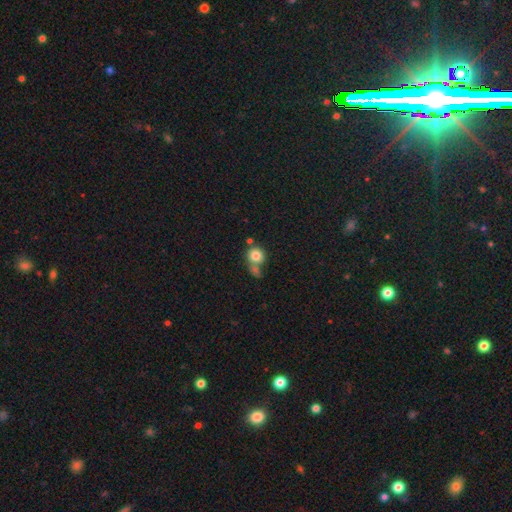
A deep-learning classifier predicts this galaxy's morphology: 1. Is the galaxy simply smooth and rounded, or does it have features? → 81% smooth, 10% star or artifact, 9% featured or disk.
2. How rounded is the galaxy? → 87% round, 12% in between, 1% cigar-shaped.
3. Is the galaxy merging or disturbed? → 47% none, 35% merger, 12% minor disturbance, 6% major disturbance.